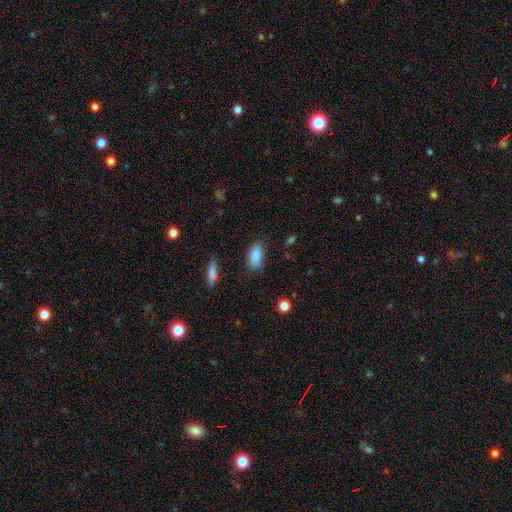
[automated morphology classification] Smooth or featured?
  - smooth: 88% *
  - star or artifact: 8%
  - featured or disk: 4%
How rounded?
  - in between: 90% *
  - cigar-shaped: 6%
  - round: 4%
Merging?
  - none: 77% *
  - minor disturbance: 17%
  - major disturbance: 4%
  - merger: 2%